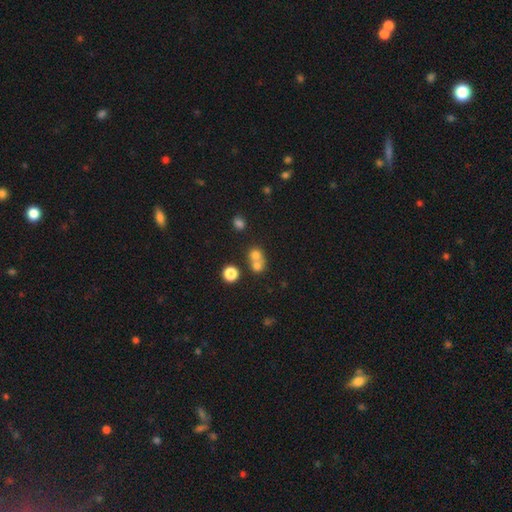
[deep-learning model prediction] Smooth or featured?
  - smooth: 70% *
  - star or artifact: 15%
  - featured or disk: 15%
How rounded?
  - round: 79% *
  - in between: 20%
  - cigar-shaped: 1%
Merging?
  - merger: 58% *
  - none: 33%
  - minor disturbance: 6%
  - major disturbance: 3%